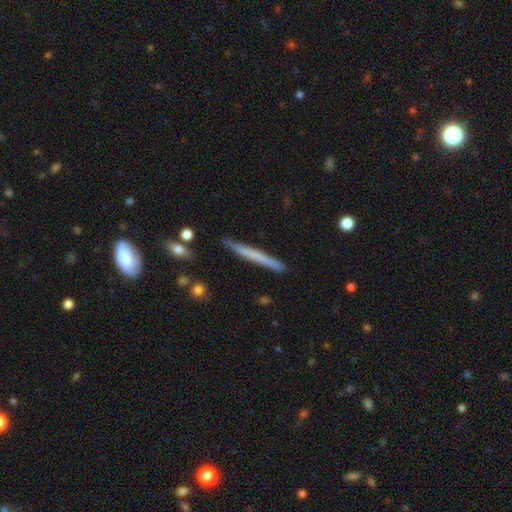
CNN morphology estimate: type=smooth (58%); roundness=cigar-shaped (97%); merging=none (88%).